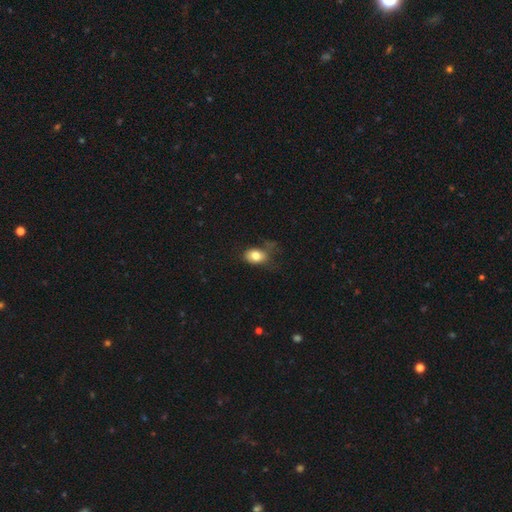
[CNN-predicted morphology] Smooth or featured? Predicted: smooth (p=0.79). How rounded? Predicted: in between (p=0.77). Merging? Predicted: none (p=0.46).